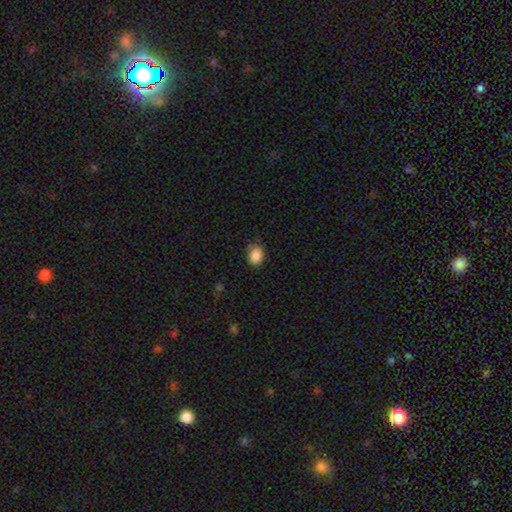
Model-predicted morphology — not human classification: smooth_or_featured: smooth (p=0.87) [alt: star or artifact p=0.09]
how_rounded: in between (p=0.53) [alt: round p=0.46]
merging: none (p=0.72) [alt: minor disturbance p=0.22]